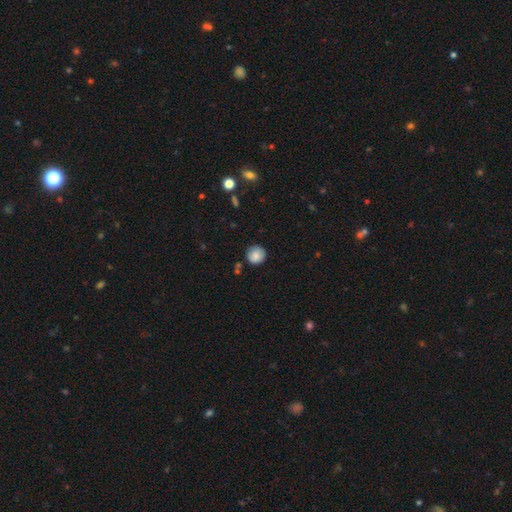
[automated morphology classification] The model was most divided on "merging": none: 85%, minor disturbance: 11%, major disturbance: 2%, merger: 2%. More confident: how rounded — round (93%); smooth or featured — smooth (84%).